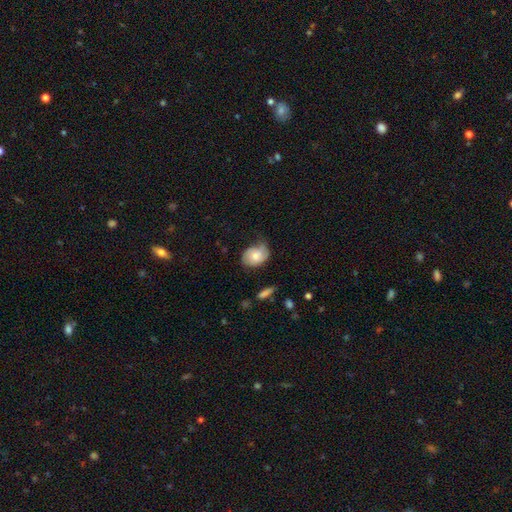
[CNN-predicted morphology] Smooth or featured? smooth (59%)
How rounded? in between (65%)
Merging? none (46%)